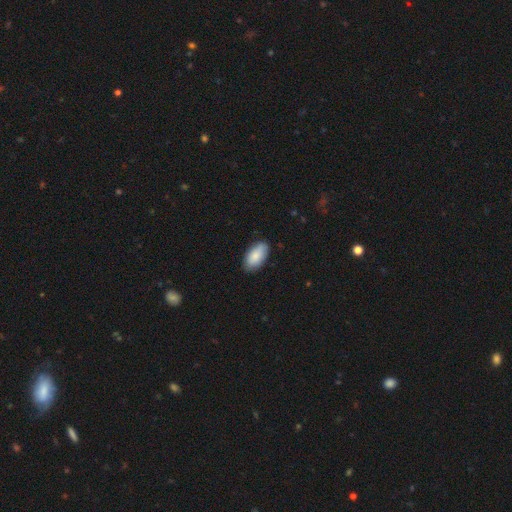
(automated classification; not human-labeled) Smooth or featured: smooth — 86% (featured or disk — 8%)
How rounded: in between — 94% (cigar-shaped — 3%)
Merging: none — 84% (minor disturbance — 13%)